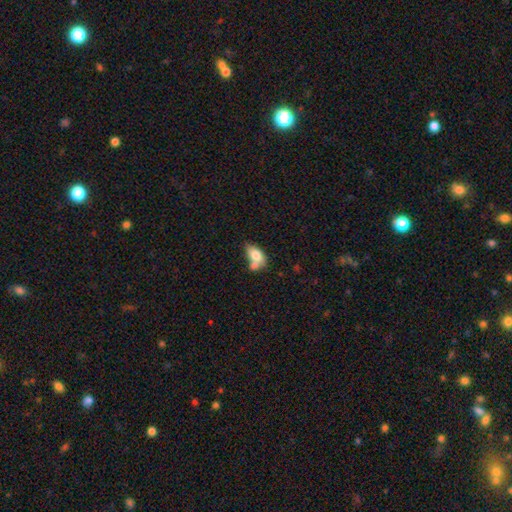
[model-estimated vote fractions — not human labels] A smooth galaxy with no disk features (74%) that is in between round and cigar-shaped (88%).

Vote fractions:
- Smooth or featured? smooth: 74% / featured or disk: 18% / star or artifact: 8%
- How rounded? in between: 88% / round: 9% / cigar-shaped: 3%
- Merging? merger: 46% / none: 30% / minor disturbance: 16% / major disturbance: 7%